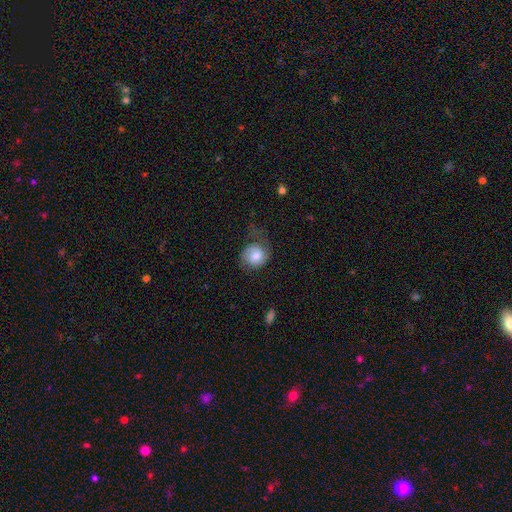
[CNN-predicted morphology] A smooth galaxy with no disk features (68%) that is round (75%). Merging: none (41%).